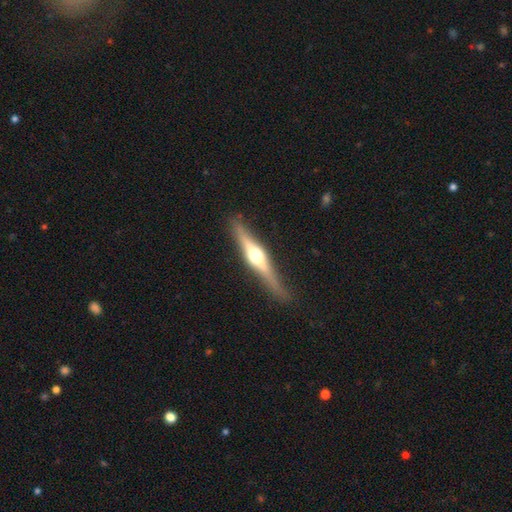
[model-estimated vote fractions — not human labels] smooth-or-featured: featured or disk: 75% | smooth: 20% | star or artifact: 5%
  disk-edge-on: yes: 97% | no: 3%
    edge-on-bulge: rounded: 94% | boxy: 4% | none: 2%
  merging: none: 84% | minor disturbance: 12% | major disturbance: 3% | merger: 2%